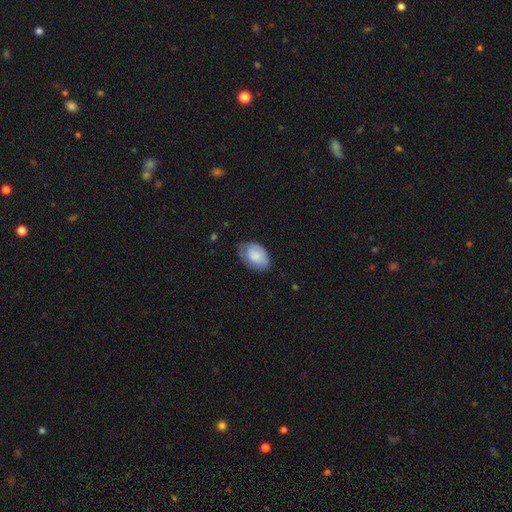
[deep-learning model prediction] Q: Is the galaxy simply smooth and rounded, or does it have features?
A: smooth — 79%.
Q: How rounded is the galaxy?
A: in between — 88%.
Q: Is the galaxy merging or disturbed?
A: none — 62%.